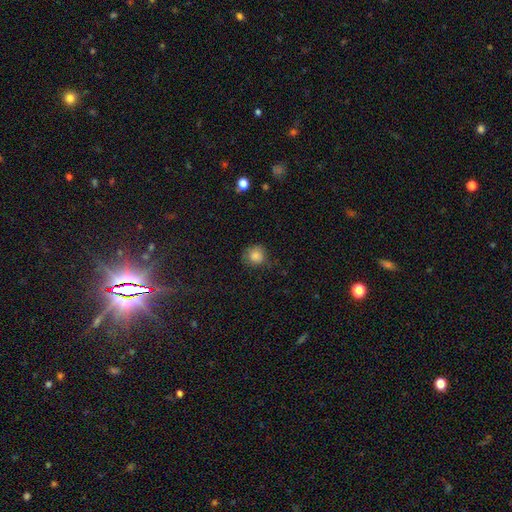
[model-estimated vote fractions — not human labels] smooth-or-featured: smooth: 83% | star or artifact: 11% | featured or disk: 7%
  how-rounded: round: 88% | in between: 11% | cigar-shaped: 1%
  merging: none: 73% | minor disturbance: 20% | major disturbance: 6% | merger: 1%